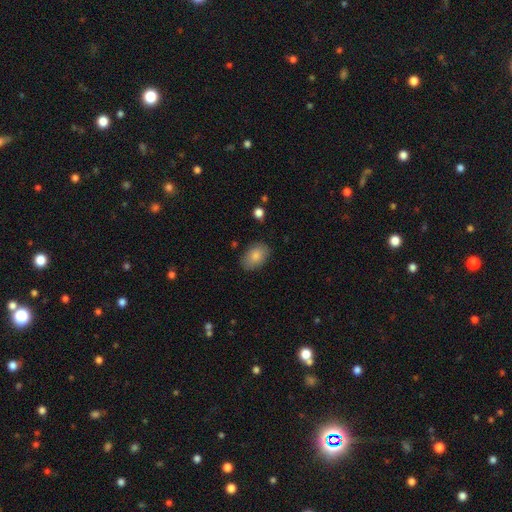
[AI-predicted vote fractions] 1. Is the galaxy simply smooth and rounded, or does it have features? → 84% smooth, 9% featured or disk, 7% star or artifact.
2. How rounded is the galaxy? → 87% in between, 11% round, 1% cigar-shaped.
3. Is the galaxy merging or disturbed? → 83% none, 12% minor disturbance, 3% major disturbance, 1% merger.